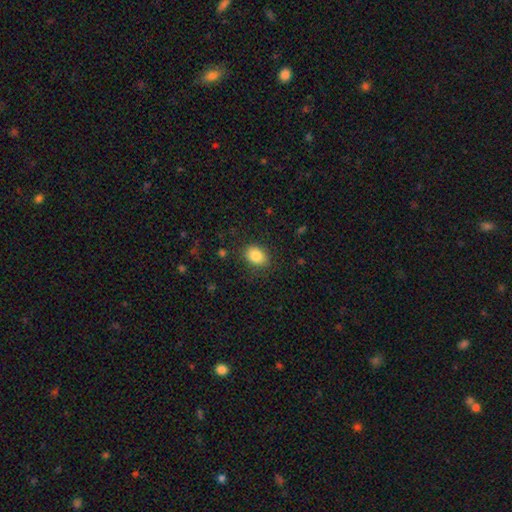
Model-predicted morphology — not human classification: Smooth or featured: smooth — 86% (star or artifact — 9%)
How rounded: in between — 74% (round — 25%)
Merging: none — 84% (minor disturbance — 11%)